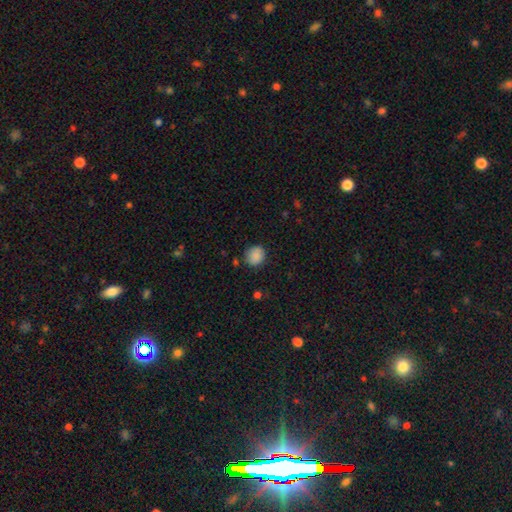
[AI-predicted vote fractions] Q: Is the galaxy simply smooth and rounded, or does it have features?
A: smooth — 87%.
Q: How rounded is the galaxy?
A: round — 81%.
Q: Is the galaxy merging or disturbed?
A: none — 82%.